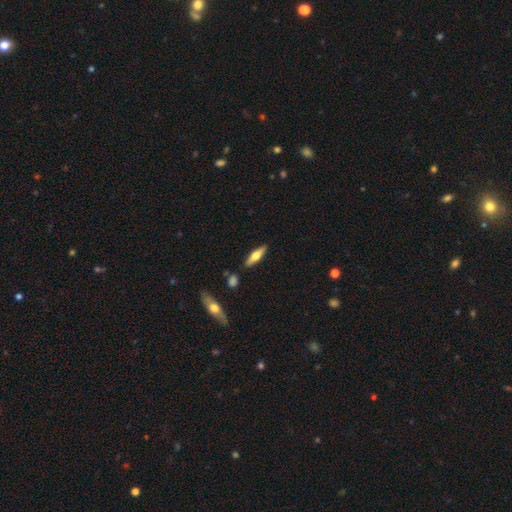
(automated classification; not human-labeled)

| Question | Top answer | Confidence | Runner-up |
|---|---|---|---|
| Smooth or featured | featured or disk | 49% | smooth (46%) |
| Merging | none | 86% | minor disturbance (9%) |